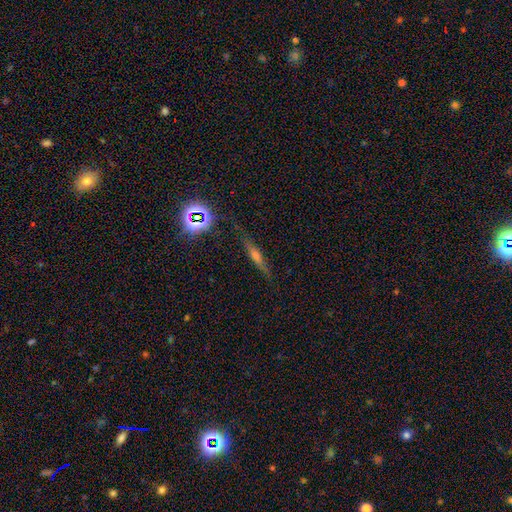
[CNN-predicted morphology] smooth_or_featured: featured or disk (p=0.51) [alt: smooth p=0.31]
disk_edge_on: yes (p=0.93) [alt: no p=0.07]
merging: none (p=0.82) [alt: minor disturbance p=0.13]